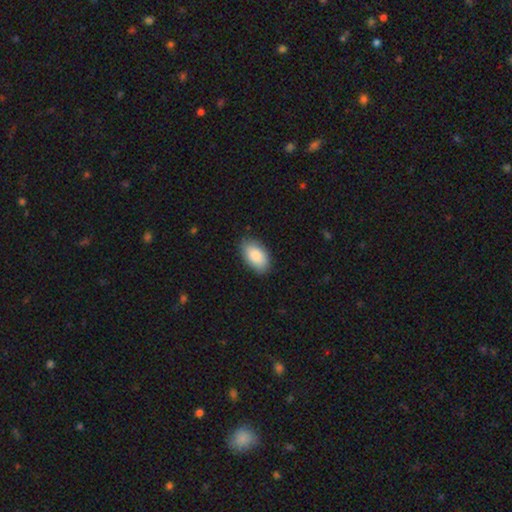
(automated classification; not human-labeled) Q: Smooth or featured?
A: smooth (88%); runner-up: featured or disk (7%)
Q: How rounded?
A: in between (95%); runner-up: round (4%)
Q: Merging?
A: none (82%); runner-up: minor disturbance (14%)